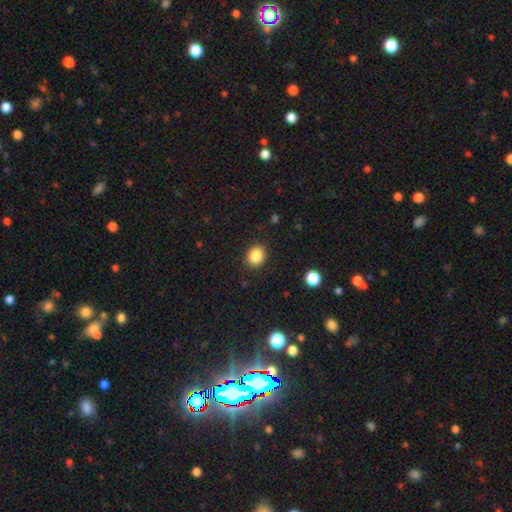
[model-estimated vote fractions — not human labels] Smooth or featured? Predicted: smooth (p=0.86). How rounded? Predicted: round (p=0.67). Merging? Predicted: none (p=0.88).